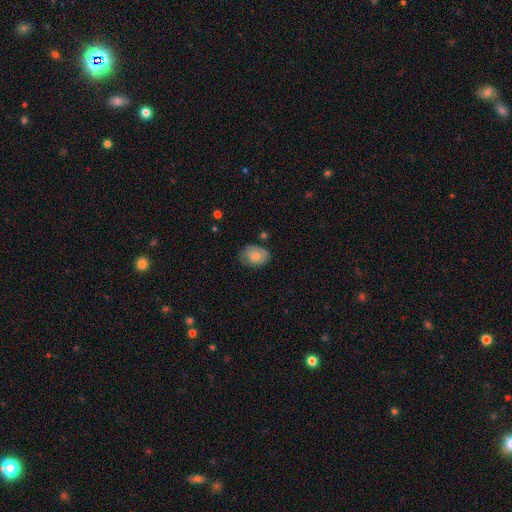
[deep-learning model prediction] Morphology: type=smooth (76%); roundness=in between (73%); merging=none (68%).